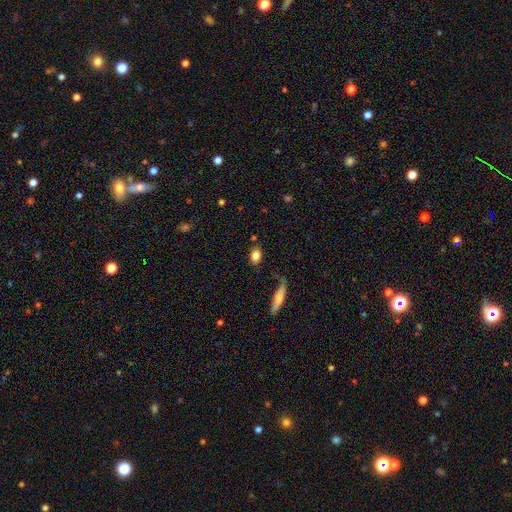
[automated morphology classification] Smooth or featured: smooth — 82% (featured or disk — 10%)
How rounded: in between — 74% (round — 22%)
Merging: none — 76% (minor disturbance — 15%)